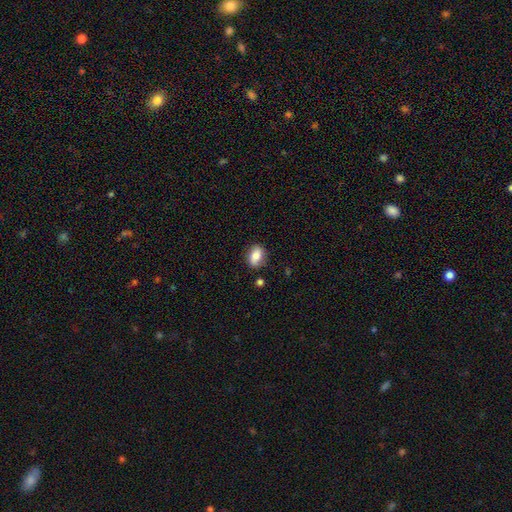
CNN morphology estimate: Smooth or featured: smooth — 77% (featured or disk — 15%)
How rounded: in between — 76% (round — 22%)
Merging: none — 80% (minor disturbance — 14%)